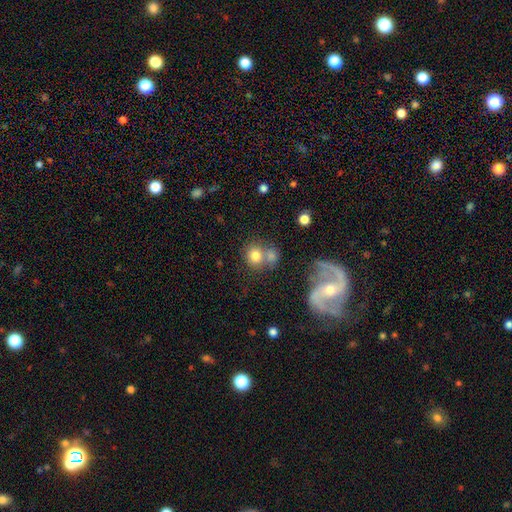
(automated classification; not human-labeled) smooth-or-featured: smooth: 77% | featured or disk: 12% | star or artifact: 11%
  how-rounded: round: 81% | in between: 18% | cigar-shaped: 1%
  merging: none: 48% | merger: 37% | minor disturbance: 10% | major disturbance: 6%